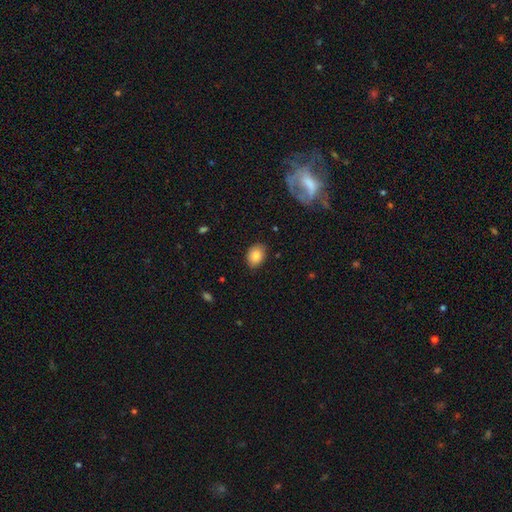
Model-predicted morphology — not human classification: smooth 85%, star or artifact 8%, featured or disk 8%. Down the decision tree: how rounded — in between (73%); merging — none (83%).